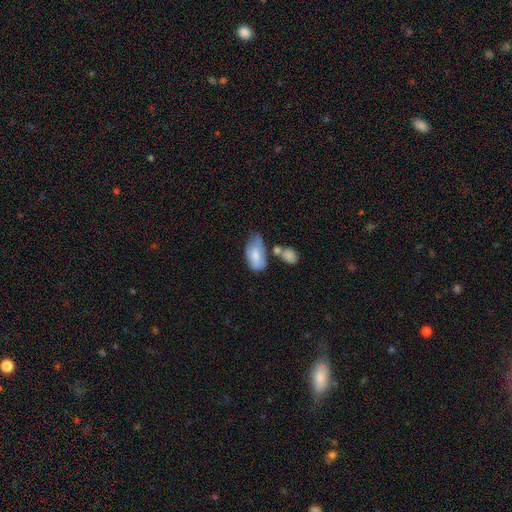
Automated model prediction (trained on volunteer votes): Overall: smooth (73%). How rounded: in between (92%). Merging: none (33%; minor disturbance 32%).